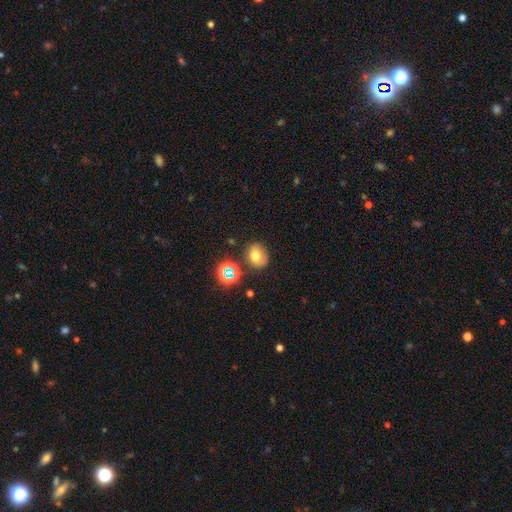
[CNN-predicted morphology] A smooth galaxy with no disk features (67%) that is round (54%).

Vote fractions:
- Smooth or featured? smooth: 67% / star or artifact: 18% / featured or disk: 15%
- How rounded? round: 54% / in between: 45% / cigar-shaped: 1%
- Merging? none: 73% / minor disturbance: 17% / merger: 6% / major disturbance: 5%